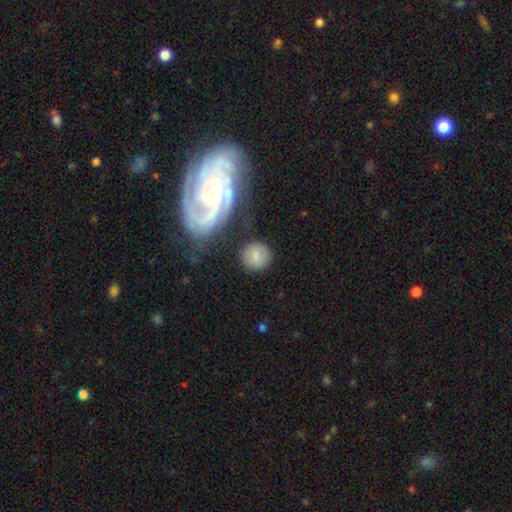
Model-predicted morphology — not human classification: Smooth or featured: smooth — 75% (featured or disk — 17%)
How rounded: round — 89% (in between — 10%)
Merging: none — 79% (minor disturbance — 11%)